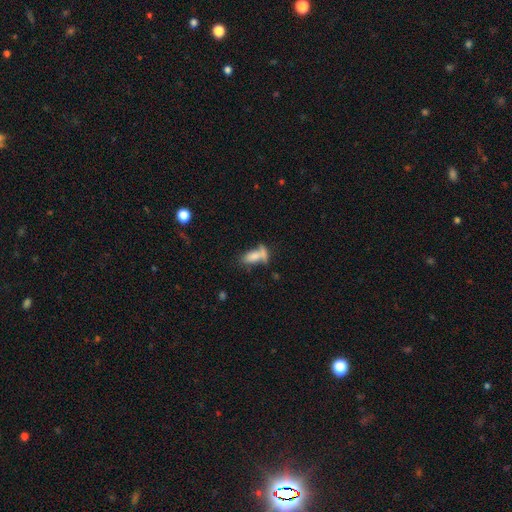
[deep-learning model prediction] smooth-or-featured: smooth: 74% | featured or disk: 16% | star or artifact: 10%
  how-rounded: in between: 77% | cigar-shaped: 17% | round: 5%
  merging: merger: 43% | none: 31% | minor disturbance: 14% | major disturbance: 12%